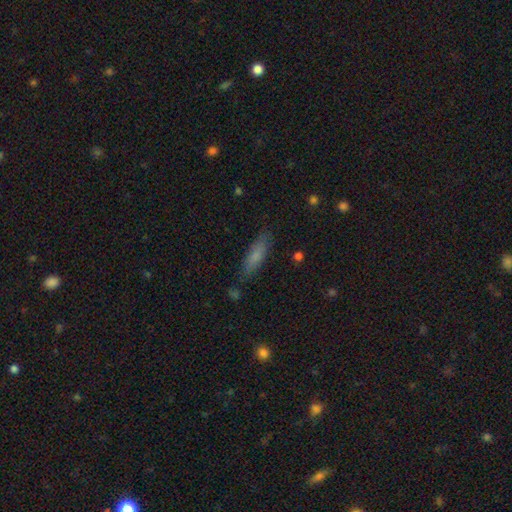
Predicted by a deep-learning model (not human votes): This is likely a smooth galaxy (76%). How rounded: likely cigar-shaped (62%). Merging: clearly none (81%).